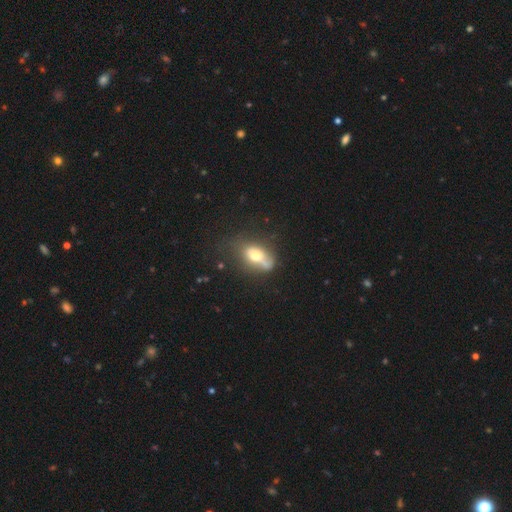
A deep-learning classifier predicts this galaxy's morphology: Smooth or featured?
  - smooth: 64% *
  - featured or disk: 26%
  - star or artifact: 10%
How rounded?
  - in between: 79% *
  - round: 15%
  - cigar-shaped: 6%
Merging?
  - none: 37% *
  - minor disturbance: 26%
  - major disturbance: 20%
  - merger: 17%